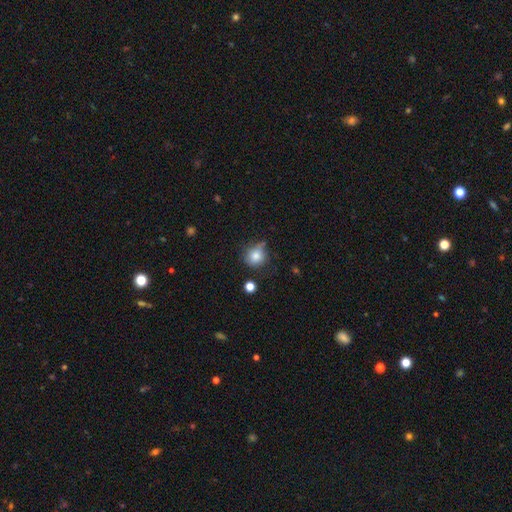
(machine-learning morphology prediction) Q: Smooth or featured?
A: smooth (81%); runner-up: star or artifact (11%)
Q: How rounded?
A: round (84%); runner-up: in between (15%)
Q: Merging?
A: none (66%); runner-up: minor disturbance (22%)